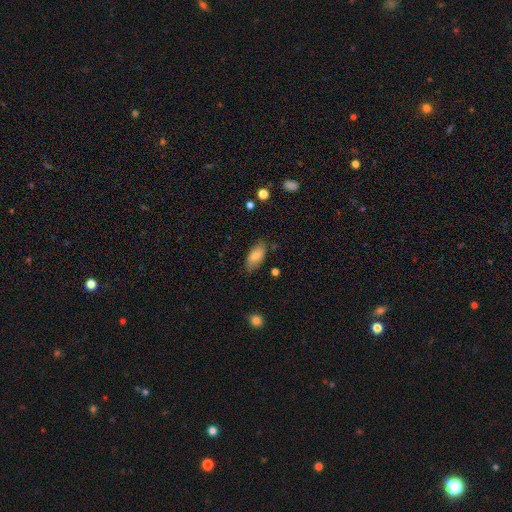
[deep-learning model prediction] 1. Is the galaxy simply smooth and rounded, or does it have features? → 77% smooth, 16% featured or disk, 7% star or artifact.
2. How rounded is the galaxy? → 90% in between, 7% cigar-shaped, 3% round.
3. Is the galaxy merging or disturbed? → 79% none, 17% minor disturbance, 3% major disturbance, 2% merger.